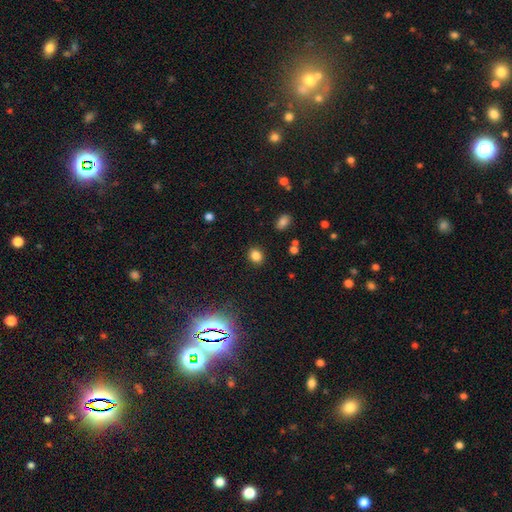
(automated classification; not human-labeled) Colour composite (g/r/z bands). It shows a smooth galaxy with no disk features (81%) that is round (57%). Merging: none (88%).